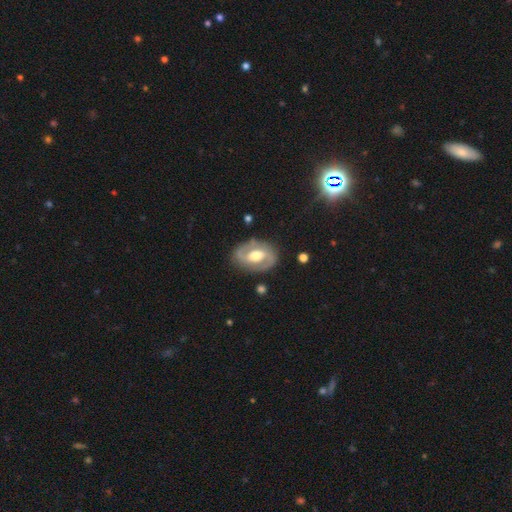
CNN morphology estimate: This is likely a featured or disk galaxy (79%). It is clearly not viewed edge-on (96%). Bar: marginally weak (43%). Spiral arm pattern: clearly yes (82%). Spiral arm count: clearly 2 (88%). Spiral winding: possibly medium (49%). Central bulge: likely moderate (66%). Merging: clearly none (82%).